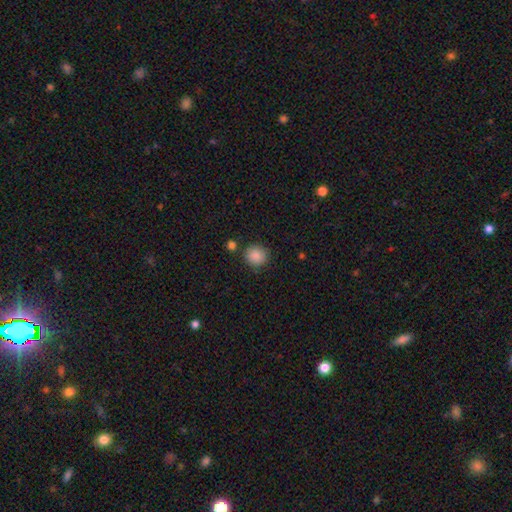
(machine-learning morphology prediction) Smooth or featured? smooth (88%)
How rounded? round (88%)
Merging? none (84%)